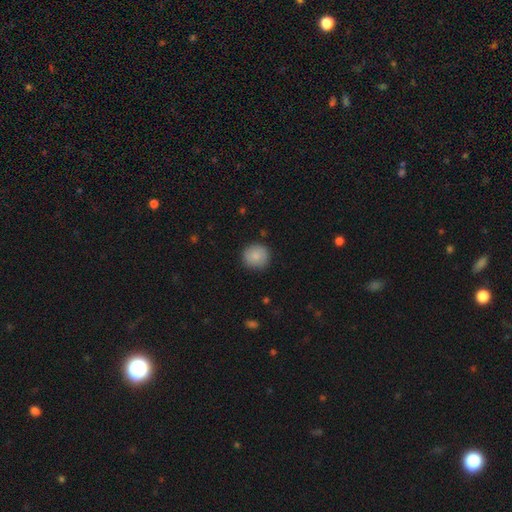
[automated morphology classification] Smooth or featured?
  - smooth: 85% *
  - featured or disk: 8%
  - star or artifact: 7%
How rounded?
  - round: 93% *
  - in between: 7%
  - cigar-shaped: 1%
Merging?
  - none: 88% *
  - minor disturbance: 9%
  - major disturbance: 2%
  - merger: 1%